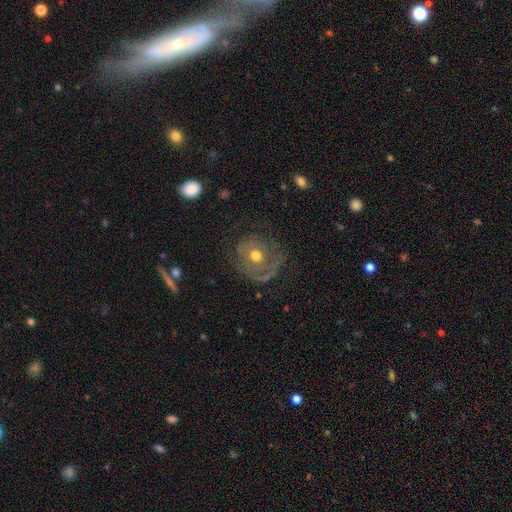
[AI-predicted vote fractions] Smooth or featured?
  - featured or disk: 57% *
  - smooth: 34%
  - star or artifact: 9%
Edge-on disk?
  - no: 96% *
  - yes: 4%
Bar?
  - no: 86% *
  - weak: 11%
  - strong: 3%
Spiral arms?
  - yes: 55% *
  - no: 45%
Bulge size?
  - moderate: 76% *
  - small: 15%
  - large: 6%
  - none: 1%
  - dominant: 1%
Merging?
  - none: 56% *
  - major disturbance: 21%
  - minor disturbance: 21%
  - merger: 2%